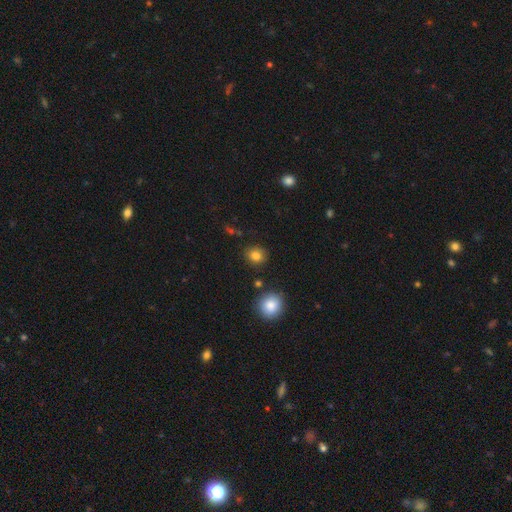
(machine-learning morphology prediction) Smooth or featured? Predicted: smooth (p=0.83). How rounded? Predicted: round (p=0.82). Merging? Predicted: none (p=0.87).